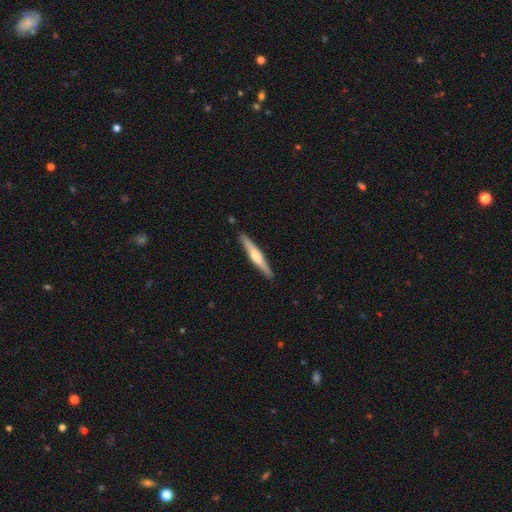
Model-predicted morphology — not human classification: smooth-or-featured: featured or disk: 61% | smooth: 34% | star or artifact: 5%
  disk-edge-on: yes: 97% | no: 3%
    edge-on-bulge: rounded: 85% | none: 8% | boxy: 7%
  merging: none: 90% | minor disturbance: 7% | major disturbance: 1% | merger: 1%